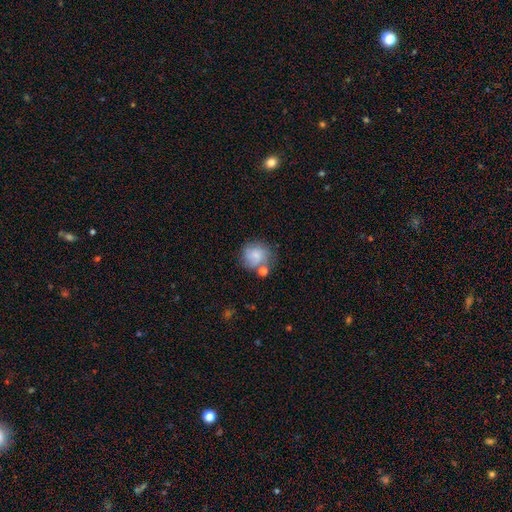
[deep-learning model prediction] This is possibly a smooth galaxy (50%). How rounded: clearly round (82%). Merging: possibly none (59%).